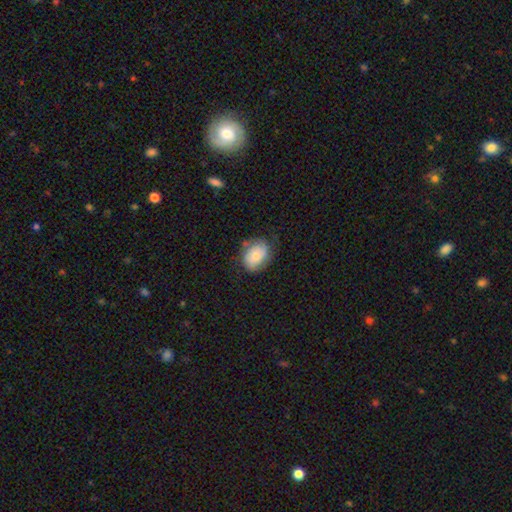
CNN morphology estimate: Overall: smooth (74%). How rounded: in between (71%). Merging: none (68%).